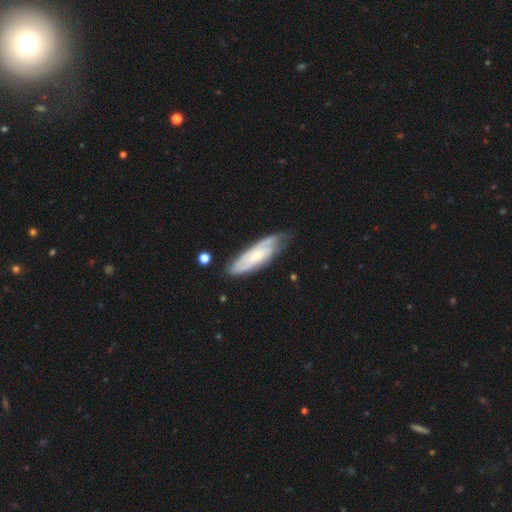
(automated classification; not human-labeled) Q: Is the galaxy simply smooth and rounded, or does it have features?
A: featured or disk — 68%.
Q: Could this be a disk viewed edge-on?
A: no — 80%.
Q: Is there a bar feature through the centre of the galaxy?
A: no — 62%.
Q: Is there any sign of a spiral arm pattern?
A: yes — 89%.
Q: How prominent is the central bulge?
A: small — 58%.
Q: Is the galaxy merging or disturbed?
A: none — 68%.